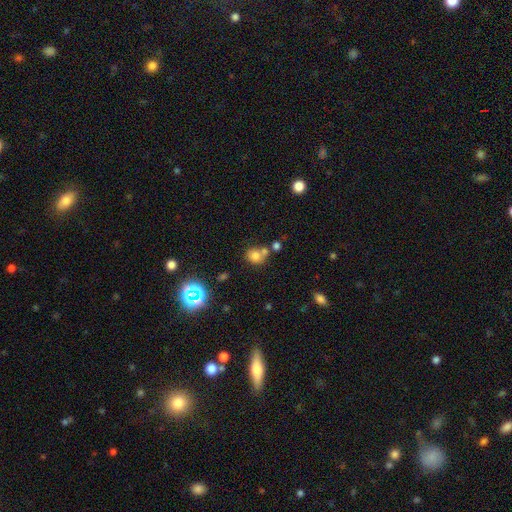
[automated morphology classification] Smooth or featured? Predicted: smooth (p=0.72). How rounded? Predicted: round (p=0.75). Merging? Predicted: none (p=0.49).